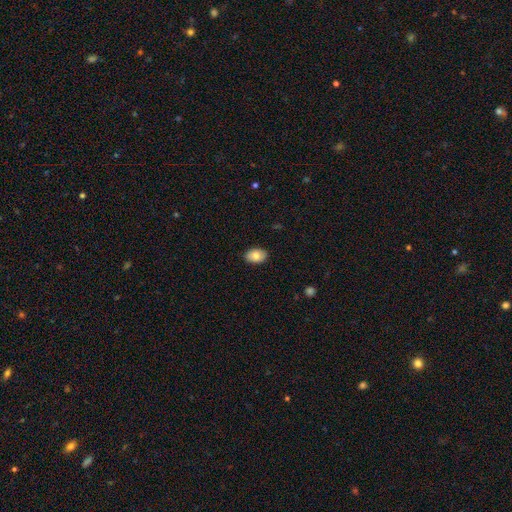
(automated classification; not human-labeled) Overall: smooth (81%). How rounded: in between (86%). Merging: none (88%).